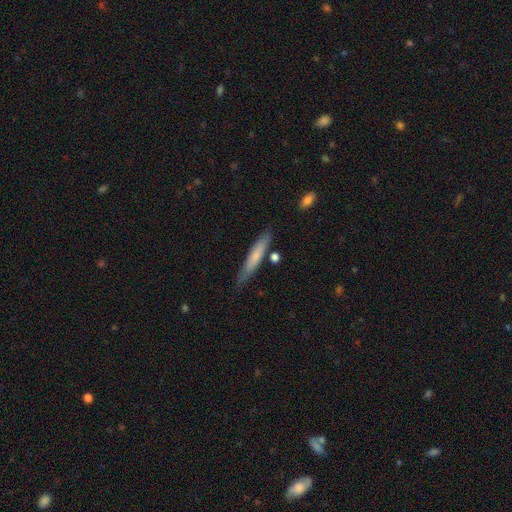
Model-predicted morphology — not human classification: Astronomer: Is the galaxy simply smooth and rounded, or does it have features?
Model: smooth — 66%.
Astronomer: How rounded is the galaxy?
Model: cigar-shaped — 91%.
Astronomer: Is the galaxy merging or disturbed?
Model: none — 78%.